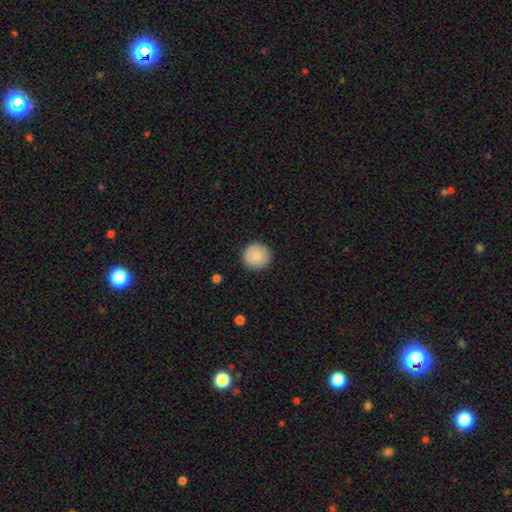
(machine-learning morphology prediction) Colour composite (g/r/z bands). It shows a smooth galaxy with no disk features (86%) that is round (95%). Merging: none (92%).